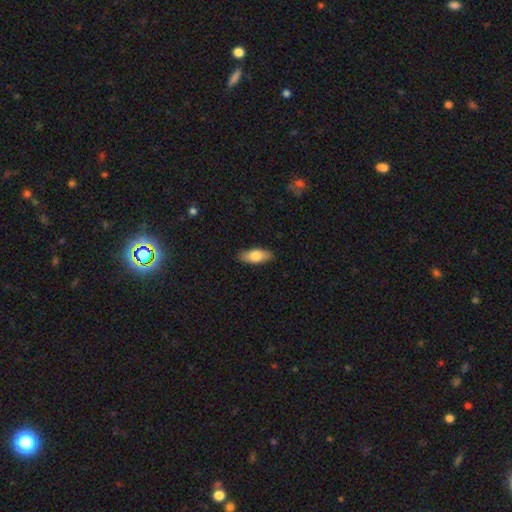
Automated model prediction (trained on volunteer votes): Morphology: type=smooth (78%); roundness=in between (80%); merging=none (88%).